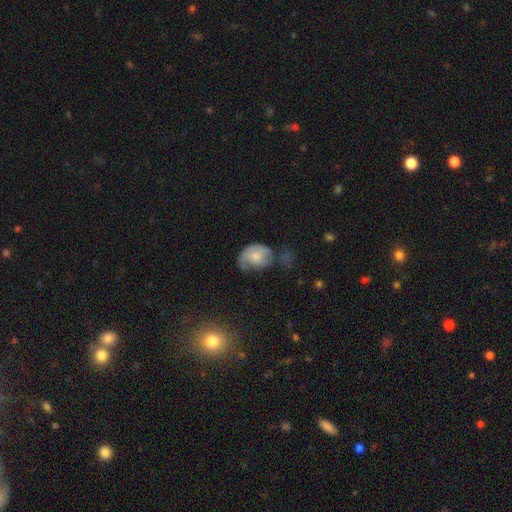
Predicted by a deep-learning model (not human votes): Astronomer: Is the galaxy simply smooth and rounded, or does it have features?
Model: smooth — 59%.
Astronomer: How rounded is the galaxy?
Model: in between — 73%.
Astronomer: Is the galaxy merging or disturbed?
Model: major disturbance — 35% (runner-up: minor disturbance, 33%).